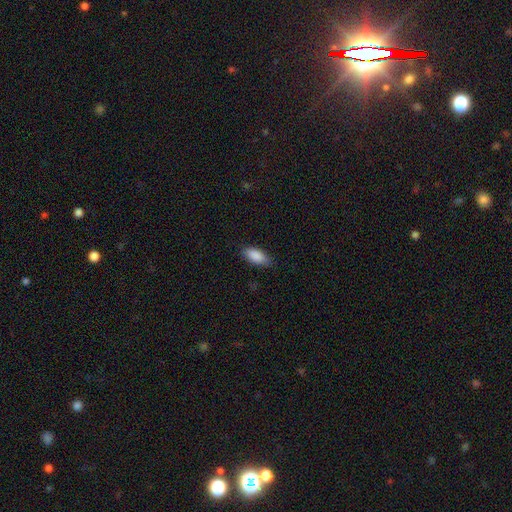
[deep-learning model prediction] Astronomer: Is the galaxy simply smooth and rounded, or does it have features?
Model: smooth — 89%.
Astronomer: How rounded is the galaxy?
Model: in between — 87%.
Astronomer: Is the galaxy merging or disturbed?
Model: none — 81%.